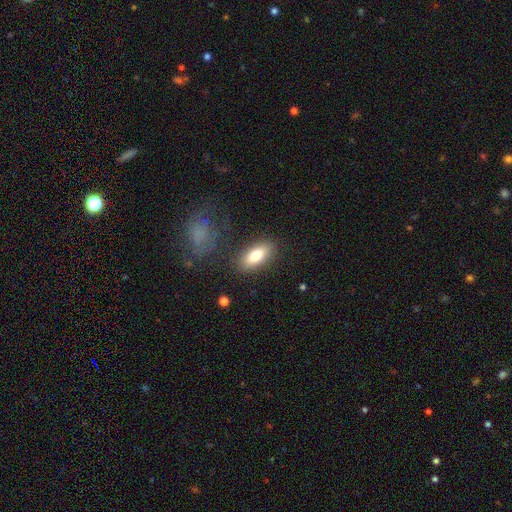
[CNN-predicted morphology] Smooth or featured? Predicted: smooth (p=0.76). How rounded? Predicted: in between (p=0.86). Merging? Predicted: none (p=0.84).